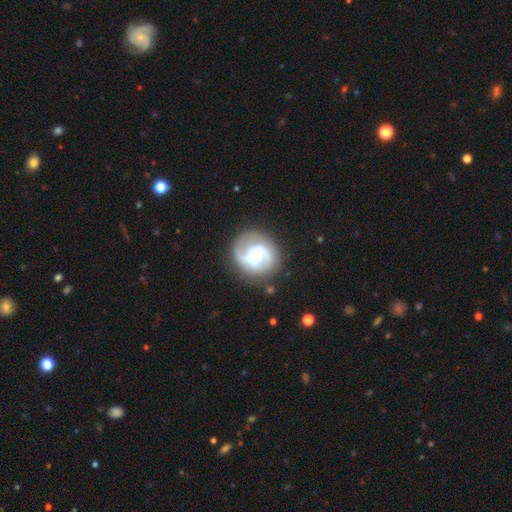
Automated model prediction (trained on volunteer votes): featured or disk 85%, smooth 10%, star or artifact 5%. Down the decision tree: edge-on disk — no (98%); bar — no (63%); spiral arms — yes (97%); spiral arm count — 2 (64%); spiral winding — tight (47%); bulge size — small (64%); merging — none (77%).